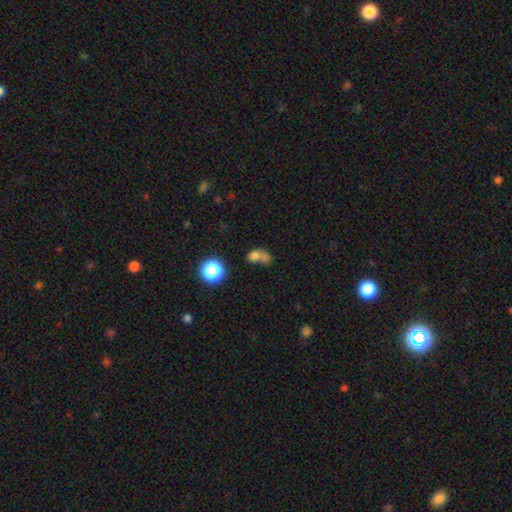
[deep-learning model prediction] This is likely a smooth galaxy (69%). How rounded: possibly round (57%). Merging: possibly merger (55%).